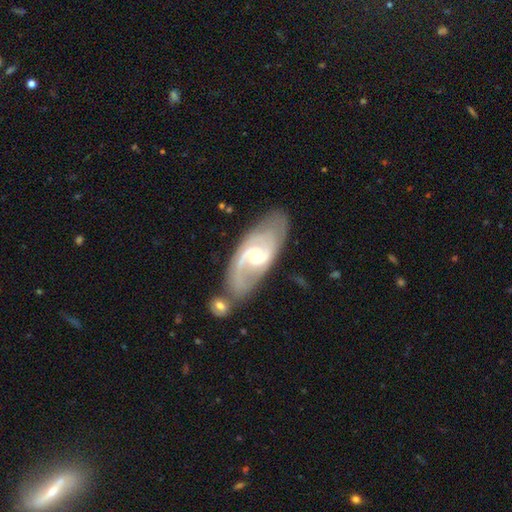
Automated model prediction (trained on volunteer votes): Overall: featured or disk (87%). Edge-on disk: no (95%). Bar: weak (45%, tied with no). Spiral arms: yes (97%). Spiral arm count: 2 (72%). Spiral winding: medium (50%; tight 31%). Bulge size: small (58%; moderate 37%). Merging: none (66%).